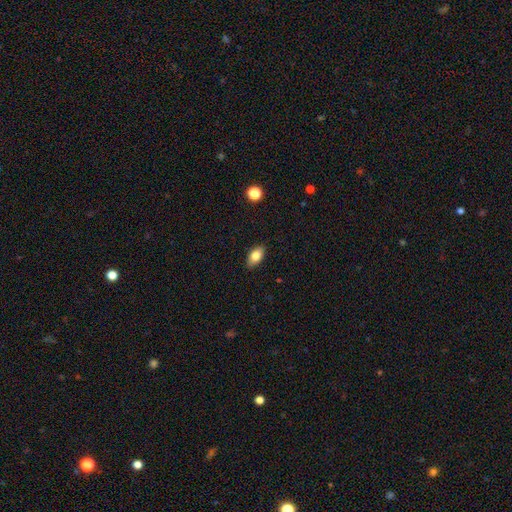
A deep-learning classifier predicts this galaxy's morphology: Q: Smooth or featured?
A: smooth (79%); runner-up: featured or disk (13%)
Q: How rounded?
A: in between (90%); runner-up: round (6%)
Q: Merging?
A: none (88%); runner-up: minor disturbance (9%)